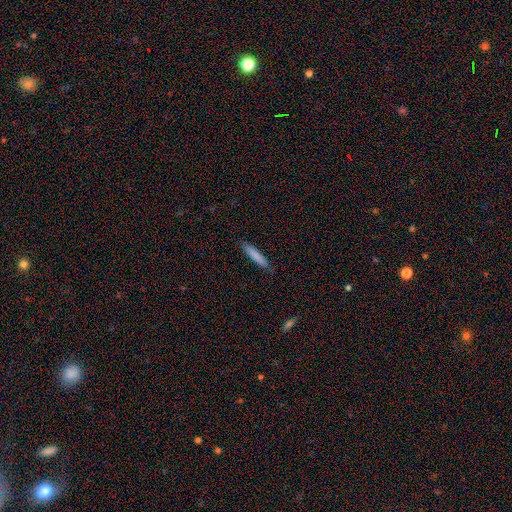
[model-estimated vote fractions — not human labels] Smooth or featured? smooth (82%)
How rounded? cigar-shaped (88%)
Merging? none (85%)